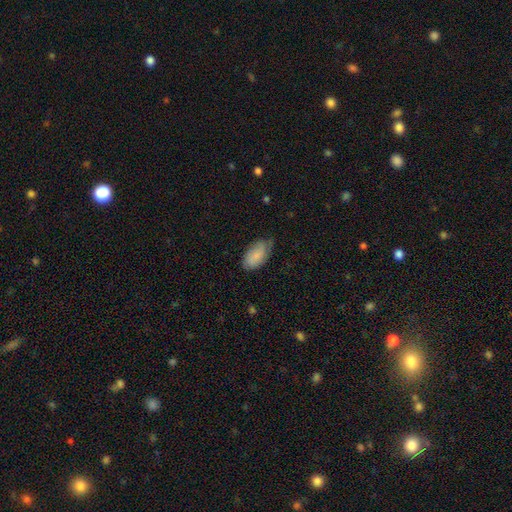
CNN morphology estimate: Smooth or featured? Predicted: smooth (p=0.79). How rounded? Predicted: in between (p=0.94). Merging? Predicted: none (p=0.60).